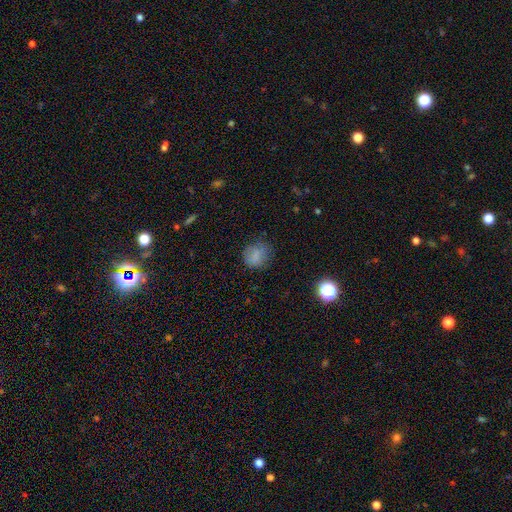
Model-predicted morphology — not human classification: This is likely a smooth galaxy (79%). How rounded: likely round (75%). Merging: likely none (71%).